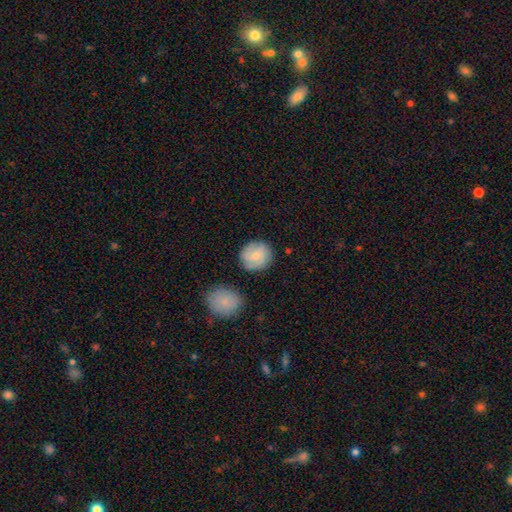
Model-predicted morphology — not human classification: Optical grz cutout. It shows a smooth galaxy with no disk features (52%) that is round (88%). Merging: none (82%).